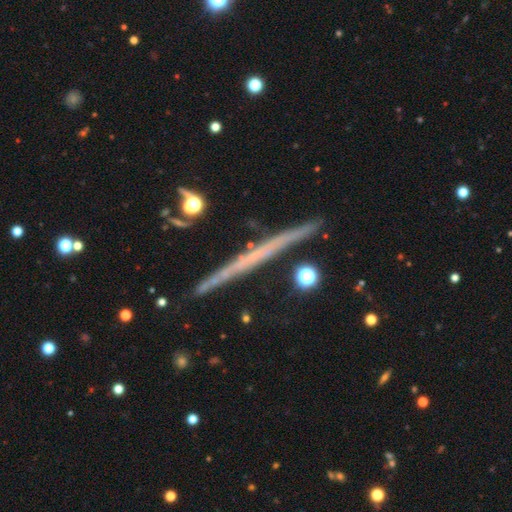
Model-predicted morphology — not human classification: A featured or disk galaxy (67%) viewed edge-on (98%) with no central bulge (88%). Merging: none (91%).